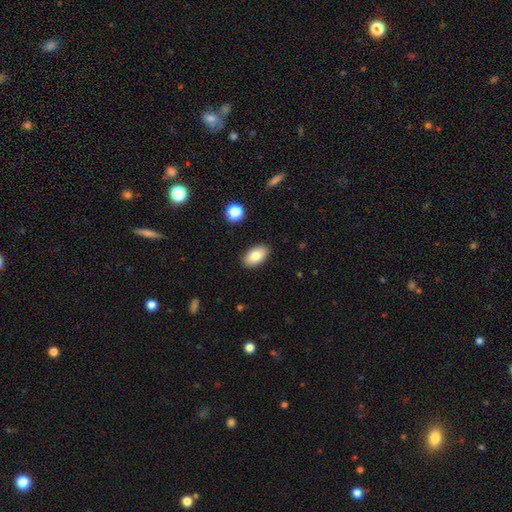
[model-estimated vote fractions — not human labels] This is clearly a smooth galaxy (81%). How rounded: clearly in between (93%). Merging: clearly none (89%).